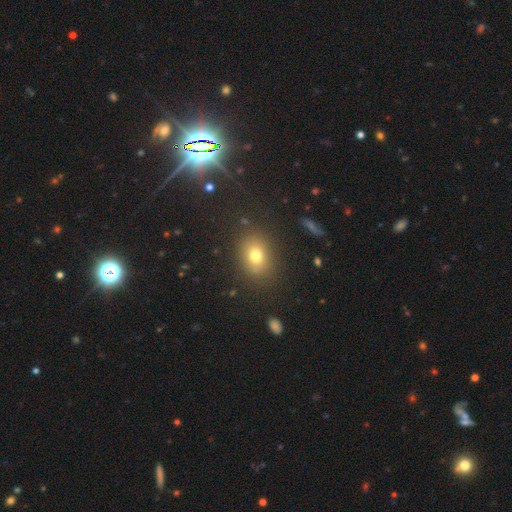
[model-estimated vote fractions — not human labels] Smooth or featured? smooth (75%)
How rounded? in between (61%)
Merging? none (83%)